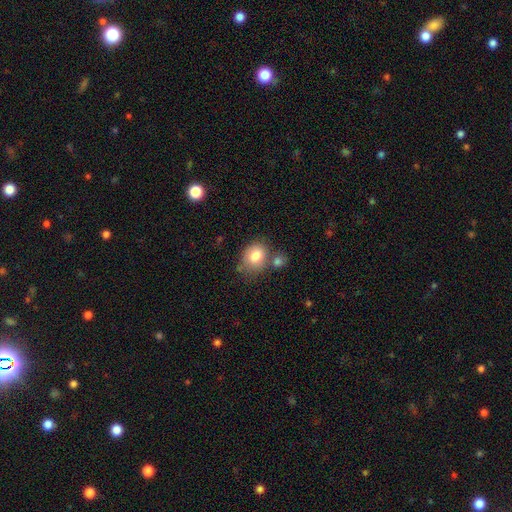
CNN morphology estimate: This appears to be a smooth galaxy with no disk features (81%) that is in between round and cigar-shaped (53%). Merging: none (53%).